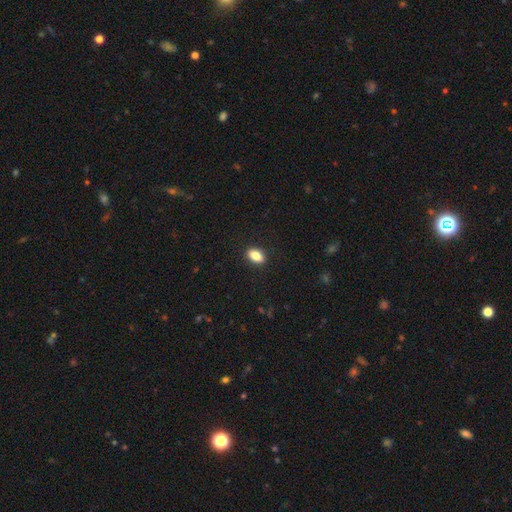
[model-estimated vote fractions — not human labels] The model was most divided on "smooth or featured": smooth: 86%, star or artifact: 8%, featured or disk: 6%. More confident: merging — none (90%); how rounded — in between (88%).